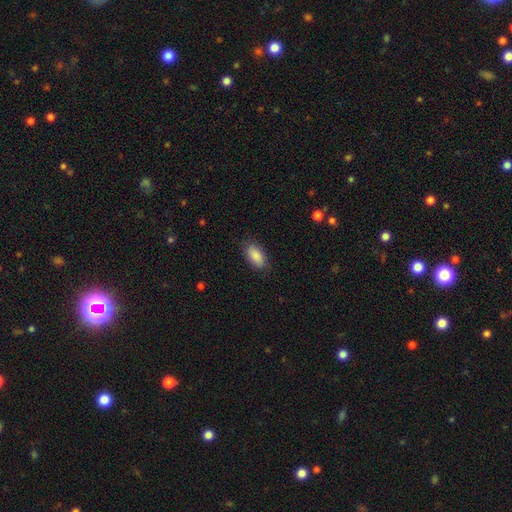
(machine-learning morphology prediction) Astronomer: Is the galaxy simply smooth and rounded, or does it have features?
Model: smooth — 87%.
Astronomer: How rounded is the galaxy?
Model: in between — 91%.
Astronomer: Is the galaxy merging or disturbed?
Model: none — 82%.